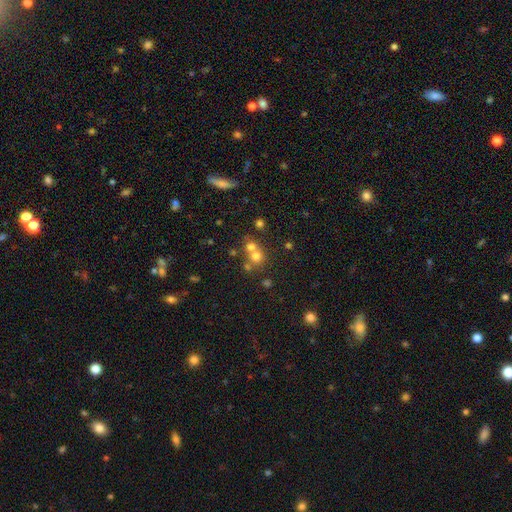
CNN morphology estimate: smooth_or_featured: smooth (p=0.66) [alt: star or artifact p=0.19]
how_rounded: round (p=0.85) [alt: in between p=0.14]
merging: merger (p=0.48) [alt: none p=0.43]